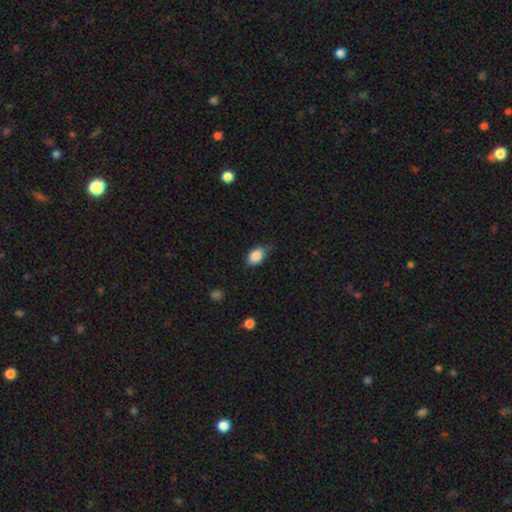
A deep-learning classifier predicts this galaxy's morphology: Overall: smooth (87%). How rounded: in between (86%). Merging: none (69%).